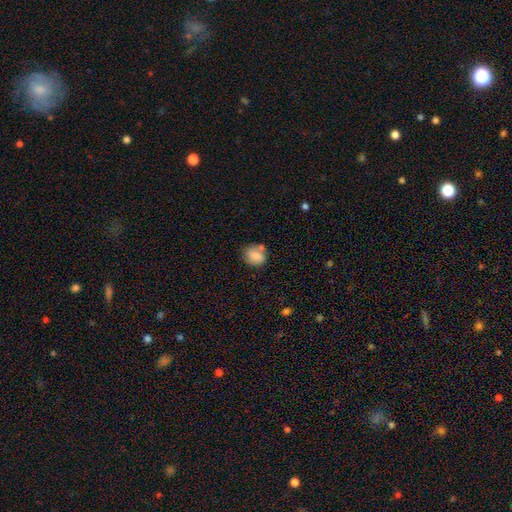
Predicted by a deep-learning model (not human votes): Smooth or featured? Predicted: smooth (p=0.68). How rounded? Predicted: round (p=0.64). Merging? Predicted: none (p=0.60).